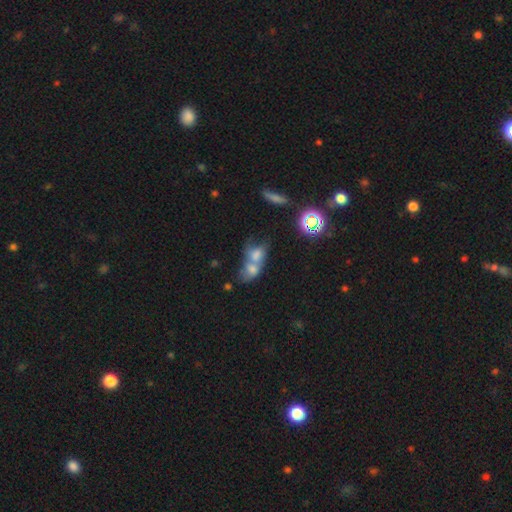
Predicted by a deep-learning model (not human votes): Smooth or featured?
  - smooth: 61% *
  - featured or disk: 22%
  - star or artifact: 17%
How rounded?
  - in between: 59% *
  - round: 37%
  - cigar-shaped: 4%
Merging?
  - merger: 76% *
  - none: 14%
  - minor disturbance: 5%
  - major disturbance: 5%